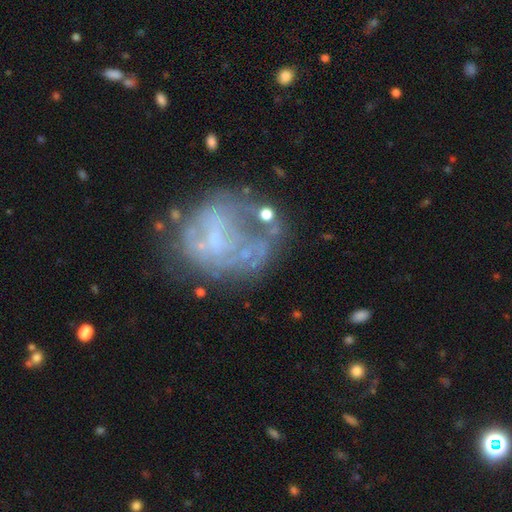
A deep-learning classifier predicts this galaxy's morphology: smooth-or-featured: featured or disk: 61% | smooth: 24% | star or artifact: 15%
  disk-edge-on: no: 98% | yes: 2%
    bar: no: 75% | weak: 20% | strong: 5%
    has-spiral-arms: no: 73% | yes: 27%
    bulge-size: none: 43% | small: 42% | moderate: 12% | large: 1% | dominant: 1%
  merging: none: 44% | major disturbance: 27% | minor disturbance: 20% | merger: 9%